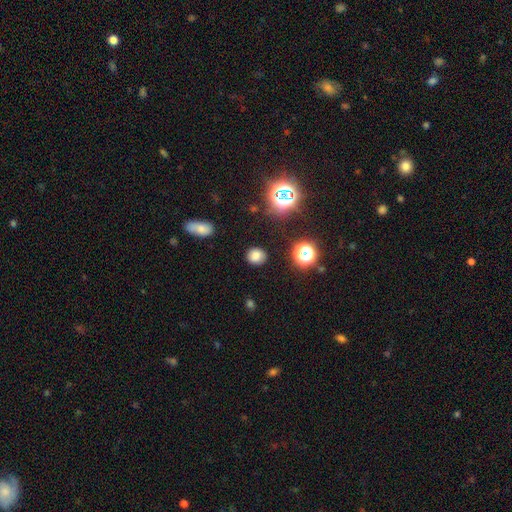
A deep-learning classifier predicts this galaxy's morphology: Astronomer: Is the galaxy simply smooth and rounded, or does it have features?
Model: smooth — 77%.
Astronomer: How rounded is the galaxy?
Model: round — 74%.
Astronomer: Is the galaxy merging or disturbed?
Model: none — 86%.